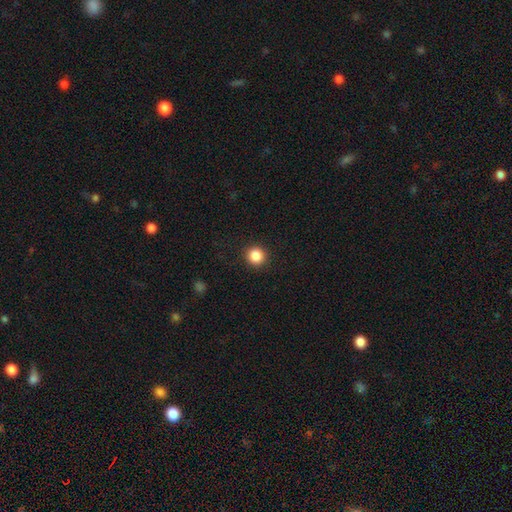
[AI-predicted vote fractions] Smooth or featured? smooth (87%)
How rounded? round (94%)
Merging? none (92%)